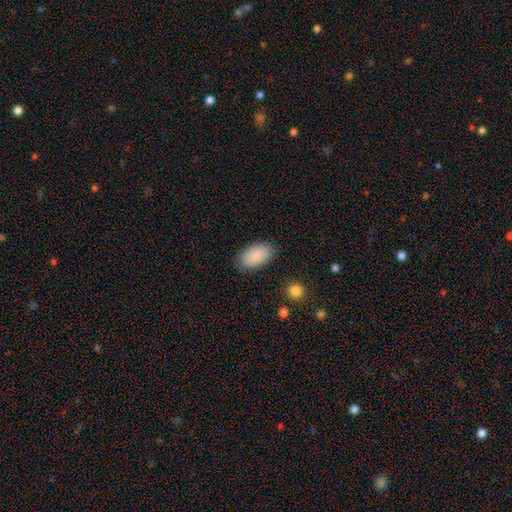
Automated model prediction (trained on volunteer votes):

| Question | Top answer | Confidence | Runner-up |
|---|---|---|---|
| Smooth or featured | smooth | 89% | star or artifact (6%) |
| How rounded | in between | 95% | round (3%) |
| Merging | none | 85% | minor disturbance (11%) |